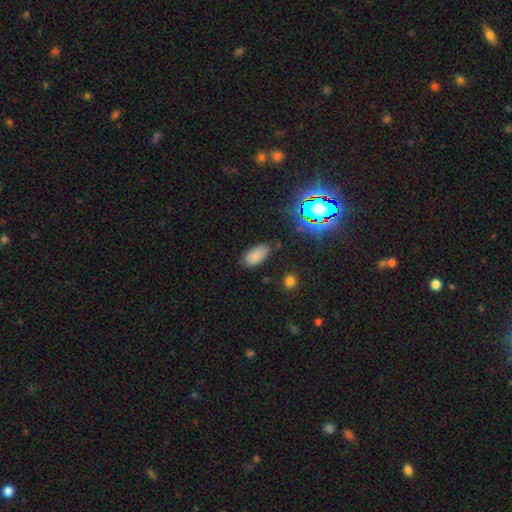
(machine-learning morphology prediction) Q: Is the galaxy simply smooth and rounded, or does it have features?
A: smooth — 78%.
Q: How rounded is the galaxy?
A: in between — 93%.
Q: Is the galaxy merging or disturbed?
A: none — 74%.